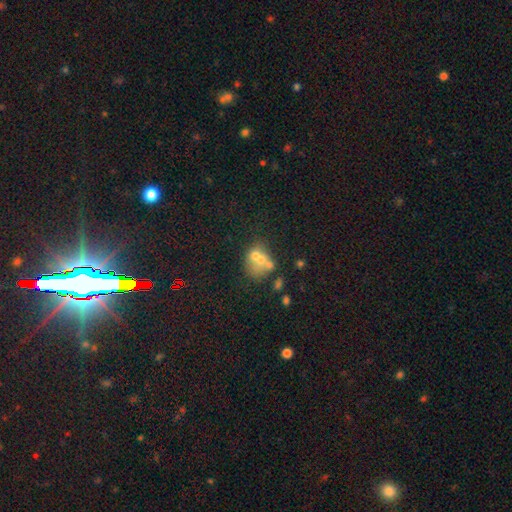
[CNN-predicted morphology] smooth-or-featured: smooth: 51% | featured or disk: 30% | star or artifact: 19%
  how-rounded: round: 59% | in between: 40% | cigar-shaped: 1%
  merging: merger: 52% | none: 30% | minor disturbance: 10% | major disturbance: 8%